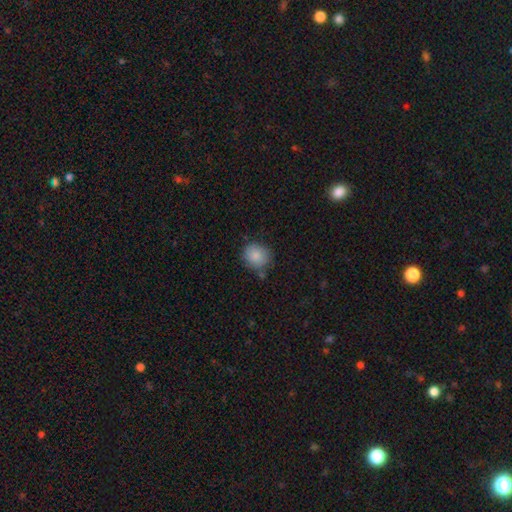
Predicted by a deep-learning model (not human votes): Smooth or featured?
  - smooth: 86% *
  - star or artifact: 8%
  - featured or disk: 6%
How rounded?
  - round: 77% *
  - in between: 22%
  - cigar-shaped: 1%
Merging?
  - none: 74% *
  - minor disturbance: 17%
  - merger: 5%
  - major disturbance: 4%